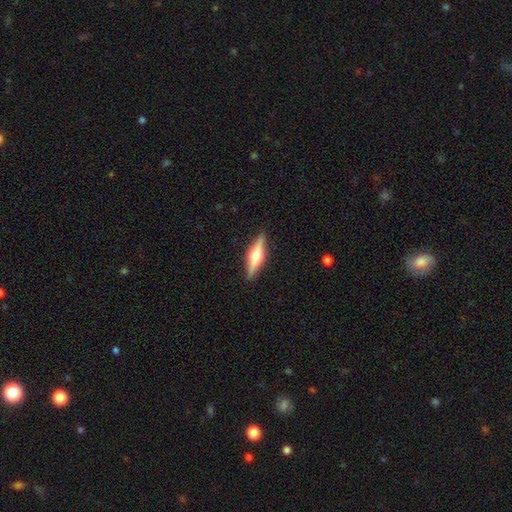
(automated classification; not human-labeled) Smooth or featured? featured or disk (64%)
Edge-on disk? yes (96%)
Edge-on bulge? rounded (92%)
Merging? none (90%)